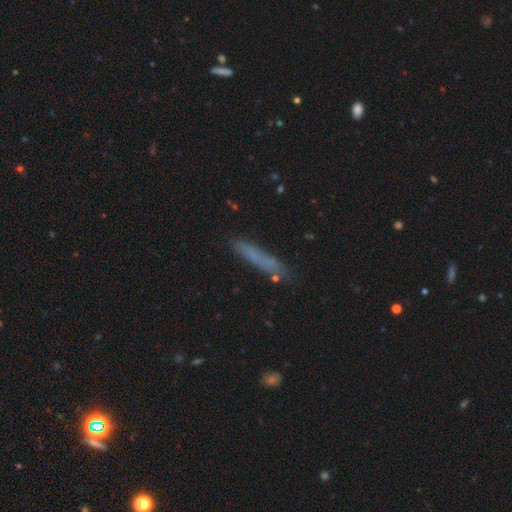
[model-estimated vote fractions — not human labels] smooth-or-featured: smooth: 70% | featured or disk: 20% | star or artifact: 10%
  how-rounded: cigar-shaped: 91% | in between: 7% | round: 2%
  merging: none: 76% | minor disturbance: 16% | major disturbance: 4% | merger: 3%